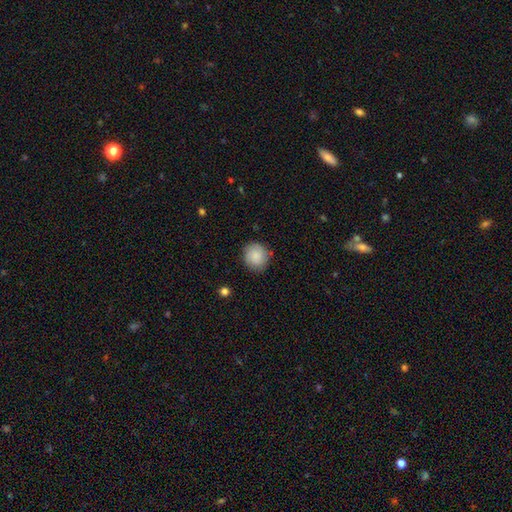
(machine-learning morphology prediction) This appears to be a smooth galaxy with no disk features (82%) that is round (88%). Merging: none (83%).